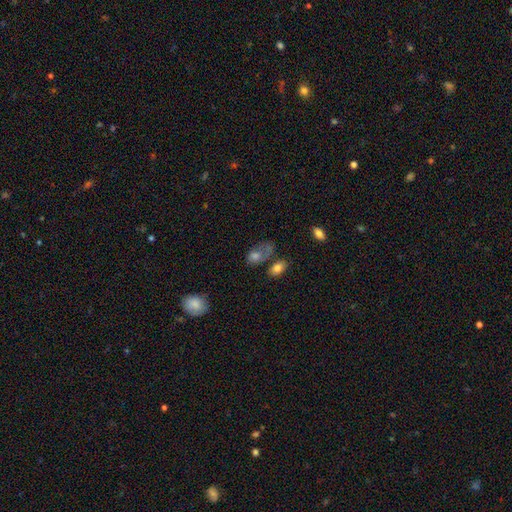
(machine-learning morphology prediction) A smooth galaxy with no disk features (65%) that is in between round and cigar-shaped (69%). Merging: none (39%).